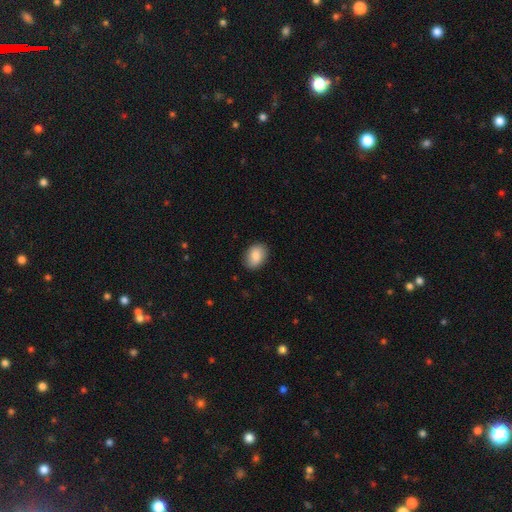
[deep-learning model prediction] A smooth galaxy with no disk features (85%) that is in between round and cigar-shaped (73%).

Vote fractions:
- Smooth or featured? smooth: 85% / featured or disk: 8% / star or artifact: 7%
- How rounded? in between: 73% / round: 26% / cigar-shaped: 1%
- Merging? none: 86% / minor disturbance: 11% / major disturbance: 2% / merger: 1%